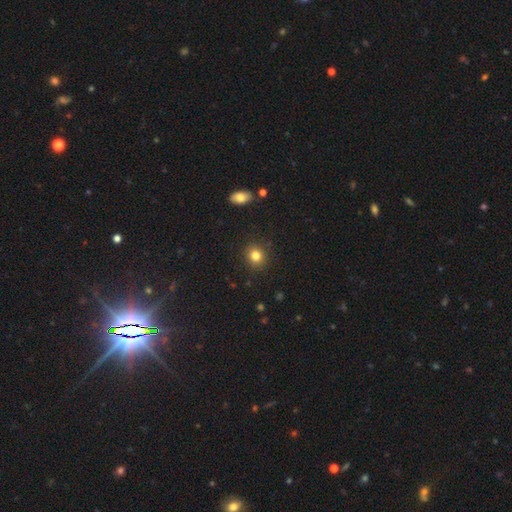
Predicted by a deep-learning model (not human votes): smooth_or_featured: smooth (p=0.82) [alt: star or artifact p=0.11]
how_rounded: round (p=0.81) [alt: in between p=0.18]
merging: none (p=0.90) [alt: minor disturbance p=0.07]